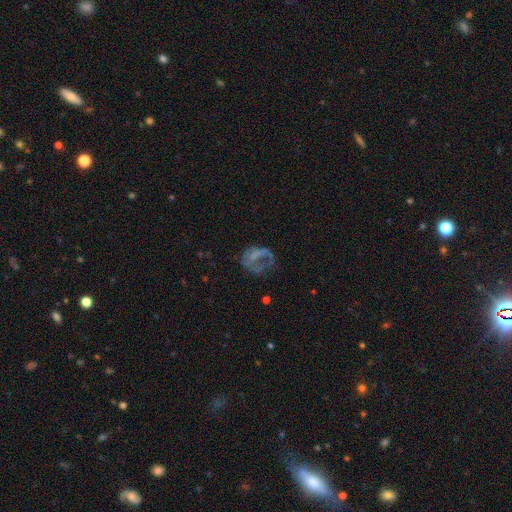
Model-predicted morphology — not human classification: Smooth or featured? featured or disk (50%)
Edge-on disk? no (97%)
Merging? major disturbance (44%)